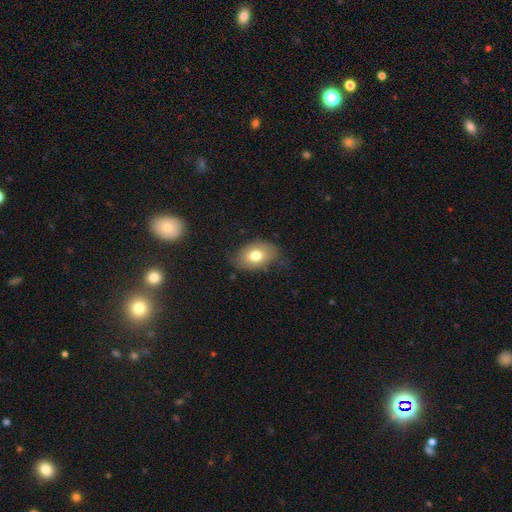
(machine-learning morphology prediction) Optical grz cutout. It shows a smooth galaxy with no disk features (71%) that is in between round and cigar-shaped (85%). Merging: none (69%).